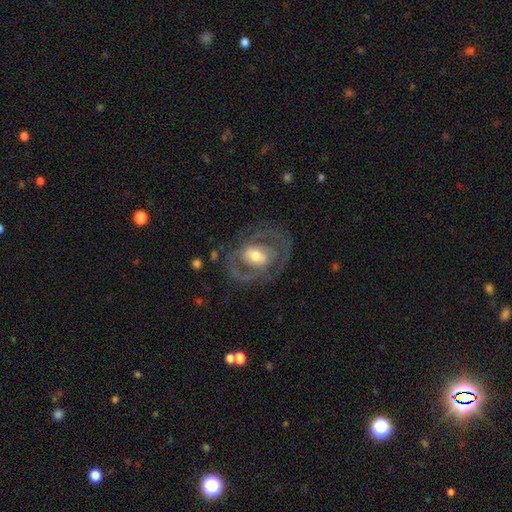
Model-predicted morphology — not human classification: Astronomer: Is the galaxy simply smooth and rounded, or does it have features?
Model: featured or disk — 79%.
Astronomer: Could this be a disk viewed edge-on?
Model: no — 96%.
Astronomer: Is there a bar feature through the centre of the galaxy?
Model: weak — 40% (runner-up: no, 37%).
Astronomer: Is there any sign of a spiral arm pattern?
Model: yes — 74%.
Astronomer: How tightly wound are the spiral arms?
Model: medium — 44% (runner-up: tight, 40%).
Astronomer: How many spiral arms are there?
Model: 2 — 65%.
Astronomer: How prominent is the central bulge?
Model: moderate — 66%.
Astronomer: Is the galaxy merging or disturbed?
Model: none — 67%.